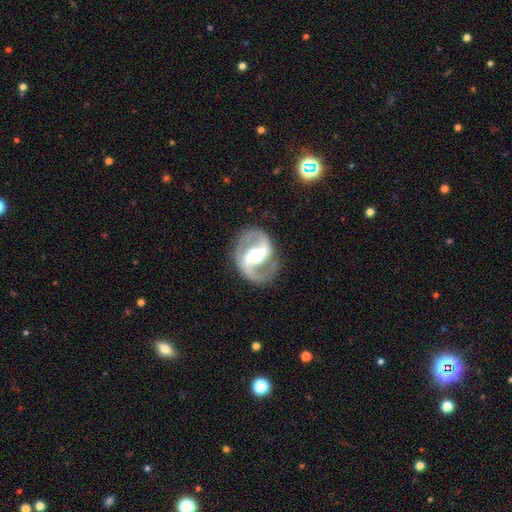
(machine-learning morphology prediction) smooth-or-featured: featured or disk: 90% | smooth: 5% | star or artifact: 4%
  disk-edge-on: no: 97% | yes: 3%
    bar: strong: 48% | weak: 34% | no: 18%
    has-spiral-arms: yes: 95% | no: 5%
      spiral-winding: medium: 57% | loose: 26% | tight: 17%
      spiral-arm-count: 2: 93% | can't tell: 2% | 1: 2% | 3: 1% | 4: 1% | more than 4: 1%
    bulge-size: moderate: 68% | large: 18% | small: 11% | dominant: 2% | none: 1%
  merging: none: 83% | minor disturbance: 11% | major disturbance: 5% | merger: 1%